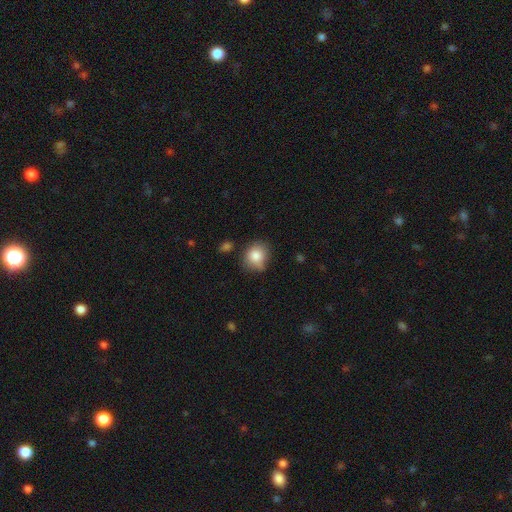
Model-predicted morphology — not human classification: smooth-or-featured: smooth: 82% | star or artifact: 9% | featured or disk: 9%
  how-rounded: round: 72% | in between: 27% | cigar-shaped: 1%
  merging: none: 66% | minor disturbance: 25% | major disturbance: 5% | merger: 4%